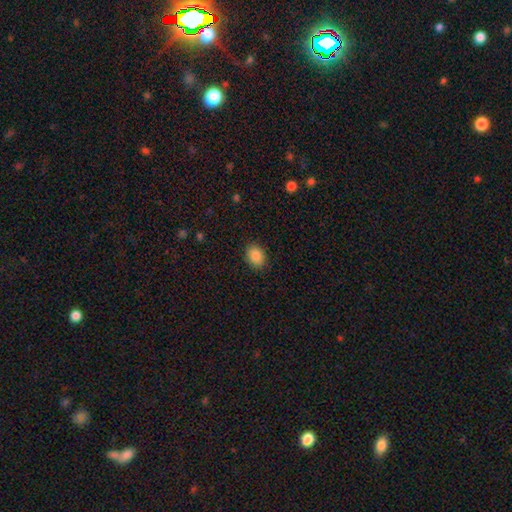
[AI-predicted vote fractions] smooth 87%, star or artifact 8%, featured or disk 5%. Down the decision tree: how rounded — in between (70%); merging — none (89%).